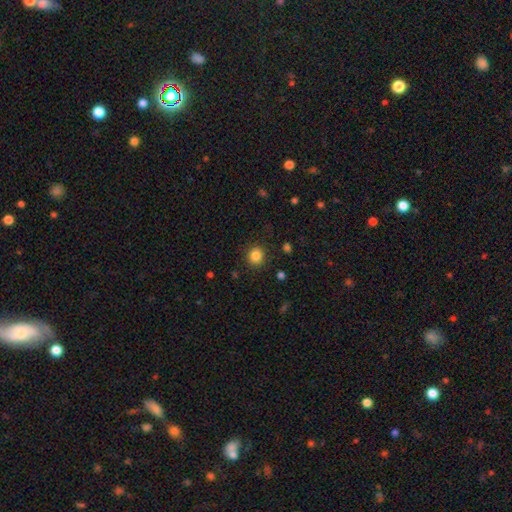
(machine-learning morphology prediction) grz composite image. It shows a smooth galaxy with no disk features (84%) that is round (90%). Merging: none (89%).